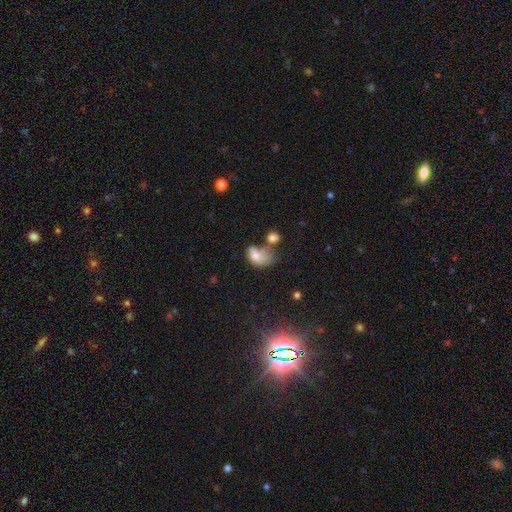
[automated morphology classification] Smooth or featured? smooth (65%)
How rounded? in between (81%)
Merging? merger (32%)